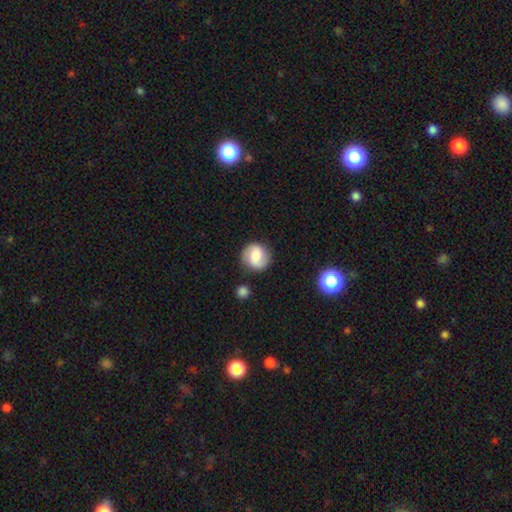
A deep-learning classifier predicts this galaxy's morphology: smooth_or_featured: smooth (p=0.51) [alt: featured or disk p=0.41]
how_rounded: round (p=0.86) [alt: in between p=0.13]
merging: none (p=0.80) [alt: minor disturbance p=0.13]